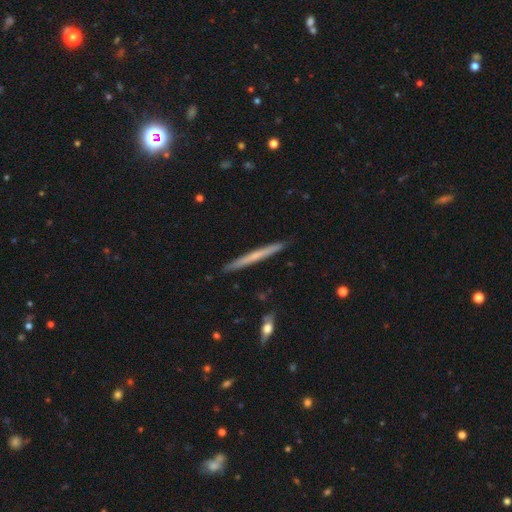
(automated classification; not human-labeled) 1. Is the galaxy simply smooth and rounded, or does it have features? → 49% featured or disk, 45% smooth, 6% star or artifact.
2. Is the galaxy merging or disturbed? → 91% none, 7% minor disturbance, 1% merger, 1% major disturbance.